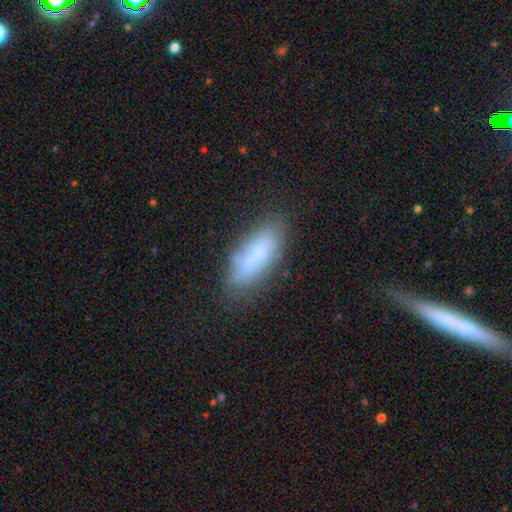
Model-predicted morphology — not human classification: This is likely a smooth galaxy (68%). How rounded: likely in between (64%). Merging: likely none (65%).